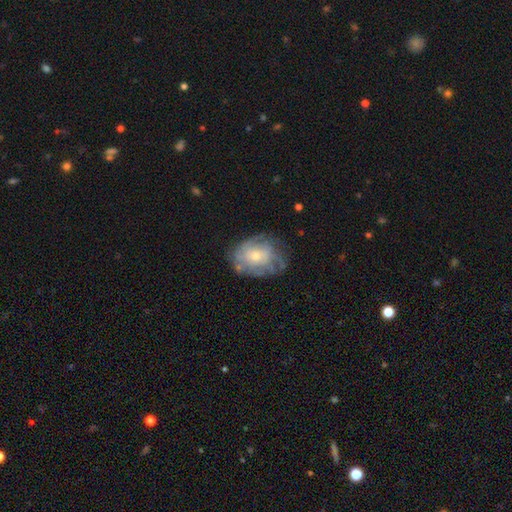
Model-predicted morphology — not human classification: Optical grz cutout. It shows a featured or disk galaxy (65%) with no bar (79%), spiral arms (71%) and a moderate central bulge (47%). Merging: none (60%).